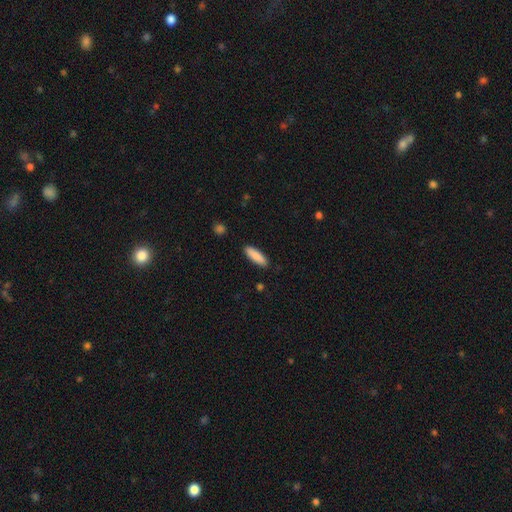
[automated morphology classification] Q: Smooth or featured?
A: smooth (88%); runner-up: featured or disk (7%)
Q: How rounded?
A: cigar-shaped (55%); runner-up: in between (44%)
Q: Merging?
A: none (89%); runner-up: minor disturbance (8%)